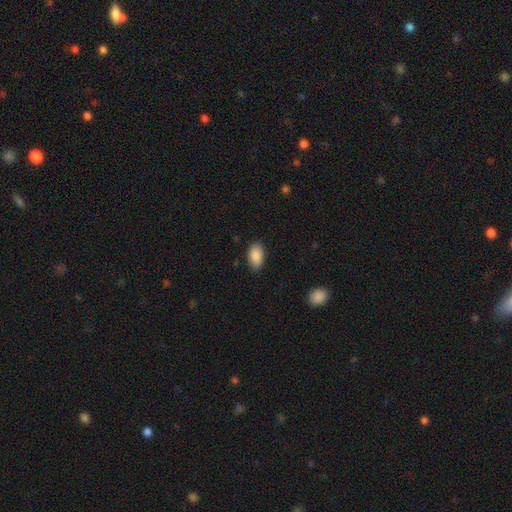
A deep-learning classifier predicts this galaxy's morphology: Overall: smooth (89%). How rounded: in between (94%). Merging: none (84%).